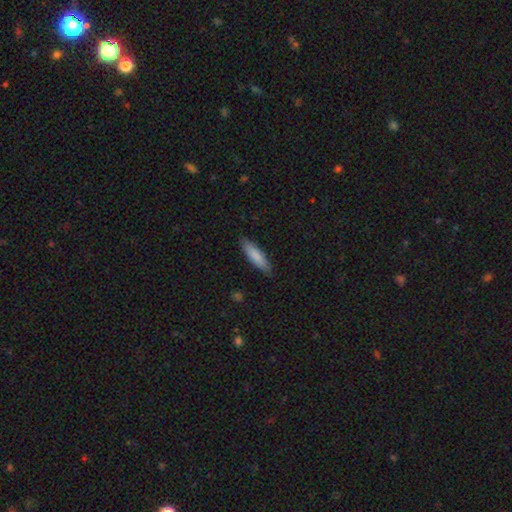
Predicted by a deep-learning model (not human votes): Smooth or featured?
  - smooth: 83% *
  - featured or disk: 12%
  - star or artifact: 5%
How rounded?
  - cigar-shaped: 69% *
  - in between: 29%
  - round: 1%
Merging?
  - none: 86% *
  - minor disturbance: 11%
  - major disturbance: 2%
  - merger: 1%